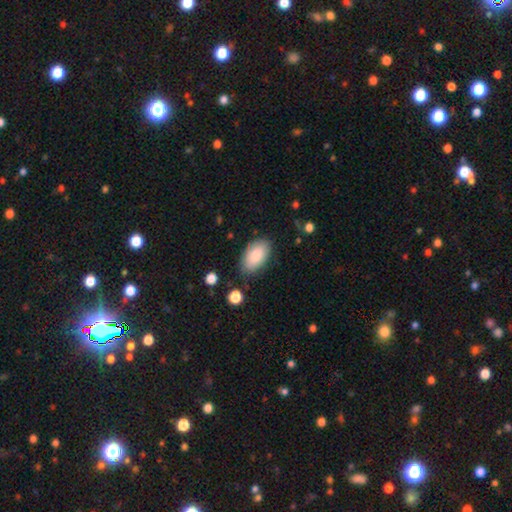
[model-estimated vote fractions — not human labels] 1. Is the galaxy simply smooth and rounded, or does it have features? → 82% smooth, 12% featured or disk, 6% star or artifact.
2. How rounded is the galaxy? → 94% in between, 4% round, 2% cigar-shaped.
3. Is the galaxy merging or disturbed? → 78% none, 16% minor disturbance, 4% major disturbance, 2% merger.